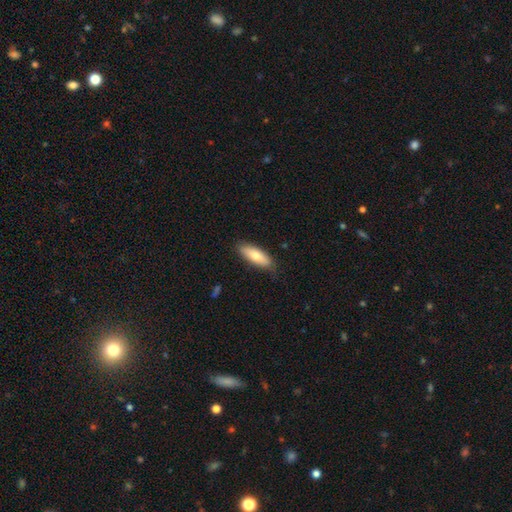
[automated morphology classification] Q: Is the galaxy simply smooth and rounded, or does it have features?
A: smooth — 72%.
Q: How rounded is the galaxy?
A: in between — 63%.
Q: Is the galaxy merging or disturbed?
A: none — 82%.